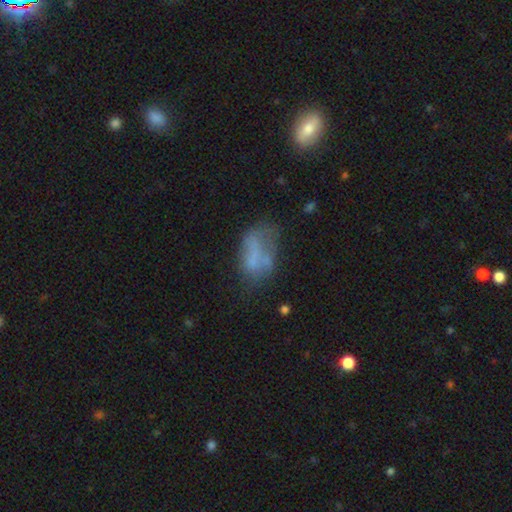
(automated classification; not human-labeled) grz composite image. It shows a smooth galaxy with no disk features (53%) that is in between round and cigar-shaped (86%). Merging: none (34%).